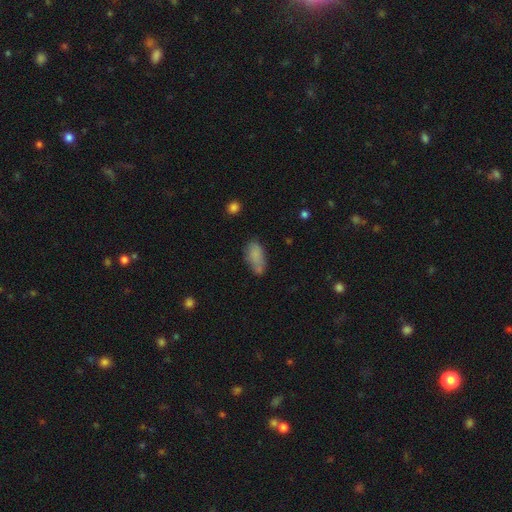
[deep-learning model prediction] smooth 79%, featured or disk 12%, star or artifact 9%. Down the decision tree: how rounded — in between (87%); merging — none (51%).